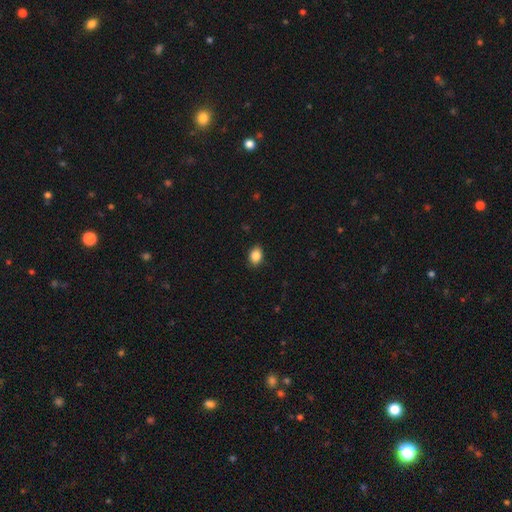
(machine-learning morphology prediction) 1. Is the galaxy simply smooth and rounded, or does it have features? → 86% smooth, 9% star or artifact, 5% featured or disk.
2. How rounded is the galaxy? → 71% in between, 28% round, 1% cigar-shaped.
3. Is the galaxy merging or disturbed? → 87% none, 10% minor disturbance, 2% major disturbance, 1% merger.